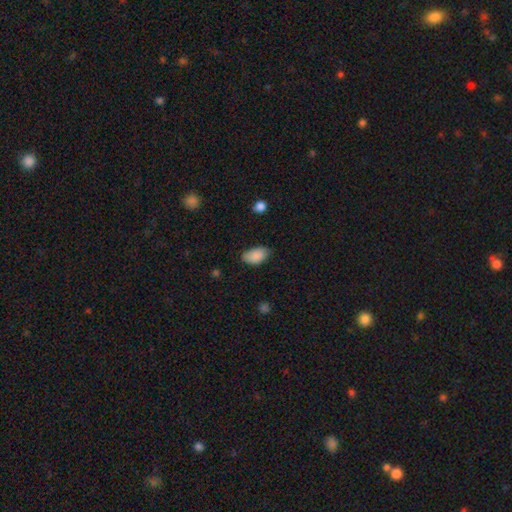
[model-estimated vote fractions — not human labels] Smooth or featured?
  - smooth: 88% *
  - star or artifact: 7%
  - featured or disk: 5%
How rounded?
  - in between: 93% *
  - round: 6%
  - cigar-shaped: 1%
Merging?
  - none: 69% *
  - minor disturbance: 26%
  - major disturbance: 4%
  - merger: 1%